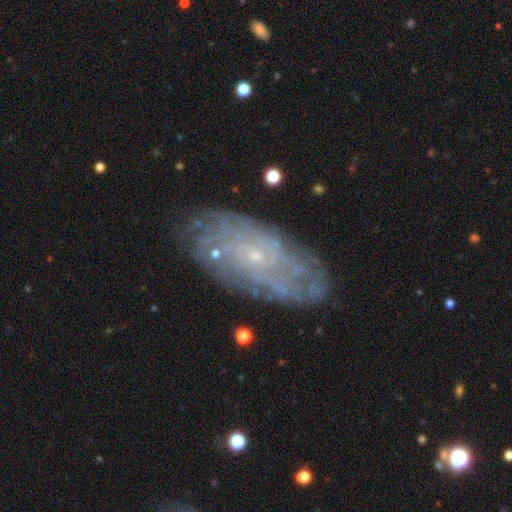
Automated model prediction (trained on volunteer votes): A featured or disk galaxy (78%) with no bar (77%), tight (70%) spiral arms (86%) and a small central bulge (86%). Merging: none (80%).